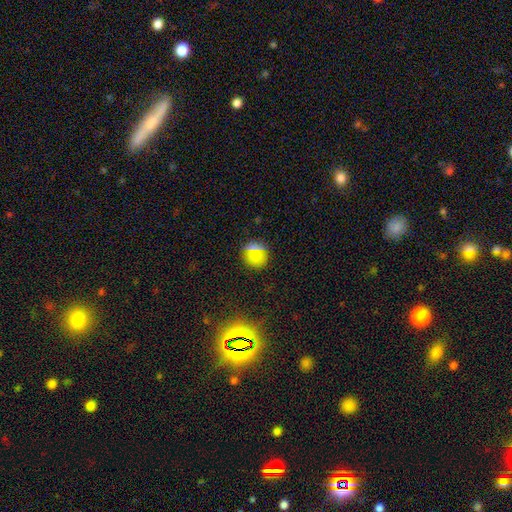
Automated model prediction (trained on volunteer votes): Smooth or featured?
  - smooth: 74% *
  - star or artifact: 20%
  - featured or disk: 6%
How rounded?
  - round: 91% *
  - in between: 7%
  - cigar-shaped: 1%
Merging?
  - none: 87% *
  - minor disturbance: 8%
  - major disturbance: 3%
  - merger: 2%